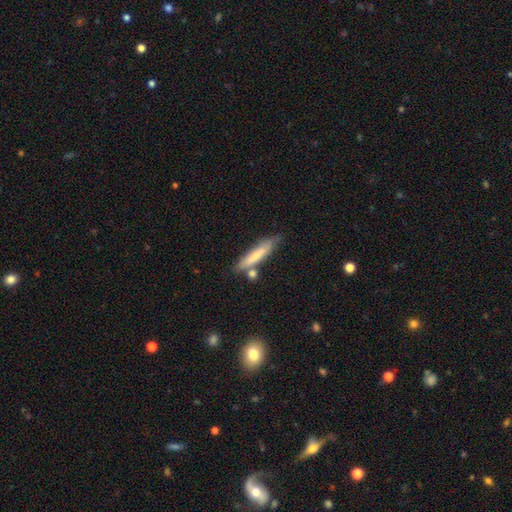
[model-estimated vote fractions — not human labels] This appears to be a smooth galaxy with no disk features (62%) that is cigar-shaped (83%). Merging: none (65%).